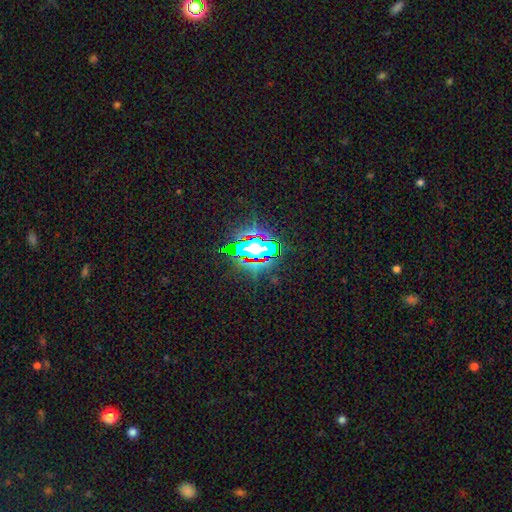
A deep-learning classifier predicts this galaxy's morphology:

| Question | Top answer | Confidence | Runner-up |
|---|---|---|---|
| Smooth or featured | star or artifact | 74% | smooth (14%) |